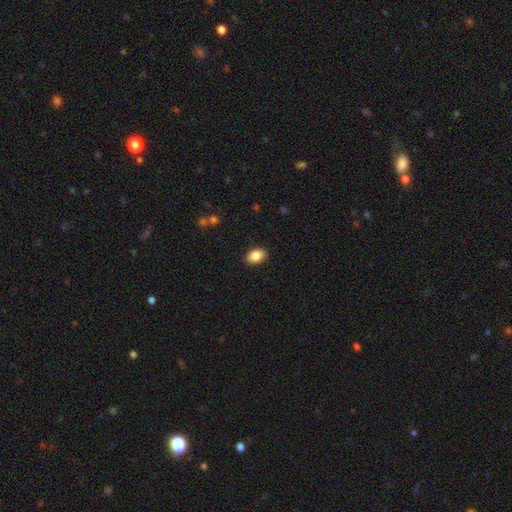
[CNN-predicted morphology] Smooth or featured? smooth (86%)
How rounded? in between (87%)
Merging? none (88%)